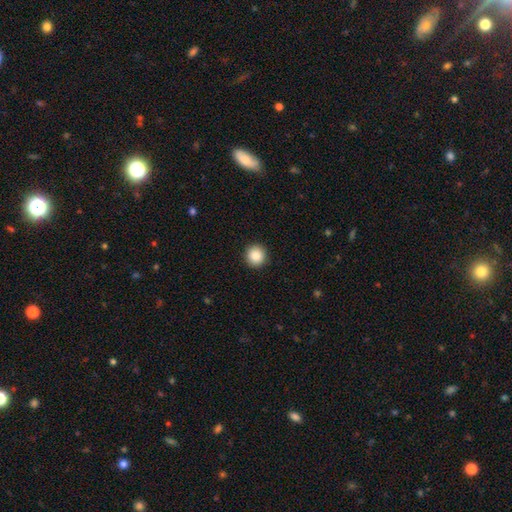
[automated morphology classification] Smooth or featured? smooth (88%)
How rounded? round (95%)
Merging? none (93%)